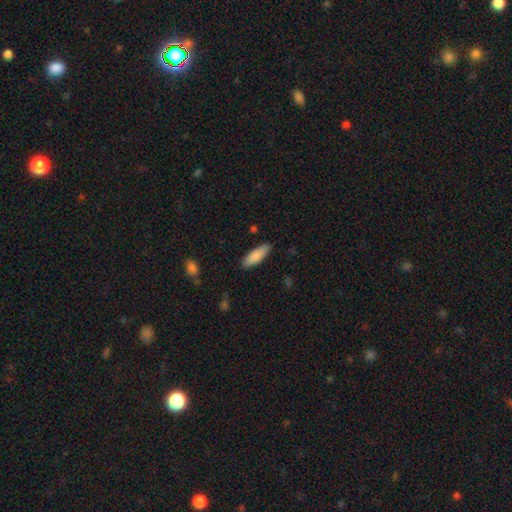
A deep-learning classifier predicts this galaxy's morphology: Smooth or featured? smooth (86%)
How rounded? in between (55%)
Merging? none (85%)